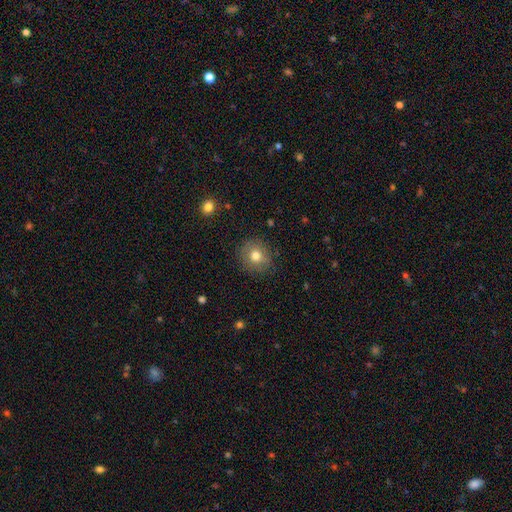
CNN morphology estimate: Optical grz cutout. It shows a smooth galaxy with no disk features (77%) that is round (85%). Merging: none (86%).